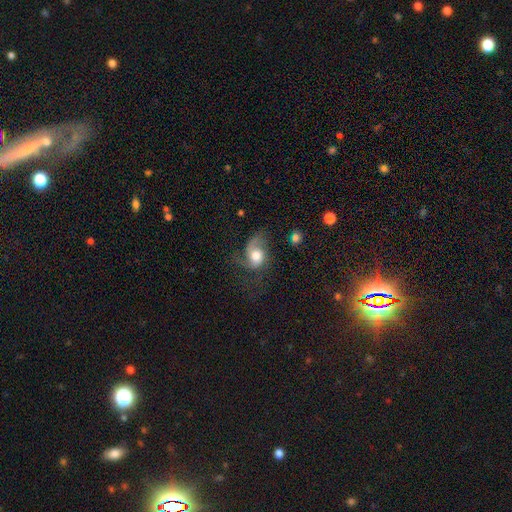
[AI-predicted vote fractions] A featured or disk galaxy (56%) with no bar (74%), spiral arms (85%) and a moderate central bulge (51%). Merging: none (39%).